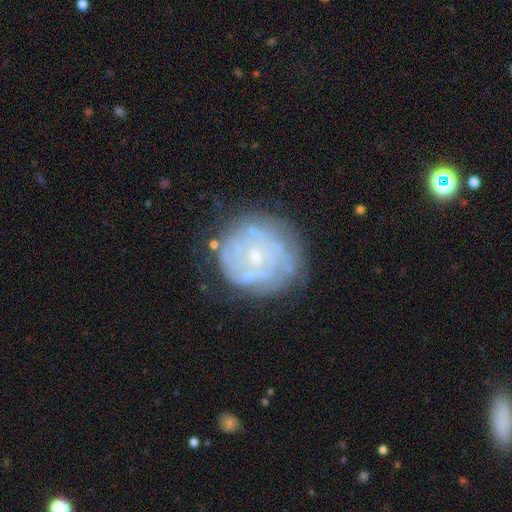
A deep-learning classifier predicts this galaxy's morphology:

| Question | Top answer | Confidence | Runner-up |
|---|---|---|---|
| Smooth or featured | featured or disk | 73% | smooth (19%) |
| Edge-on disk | no | 98% | yes (2%) |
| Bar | no | 76% | weak (20%) |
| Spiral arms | yes | 73% | no (27%) |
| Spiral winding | tight | 76% | medium (18%) |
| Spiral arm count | can't tell | 58% | 2 (12%) |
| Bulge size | small | 64% | moderate (25%) |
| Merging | none | 70% | minor disturbance (19%) |